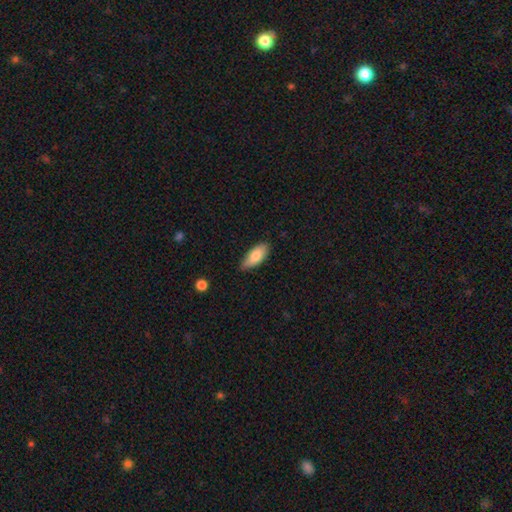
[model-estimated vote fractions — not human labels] A smooth galaxy with no disk features (81%) that is in between round and cigar-shaped (83%). Merging: none (80%).